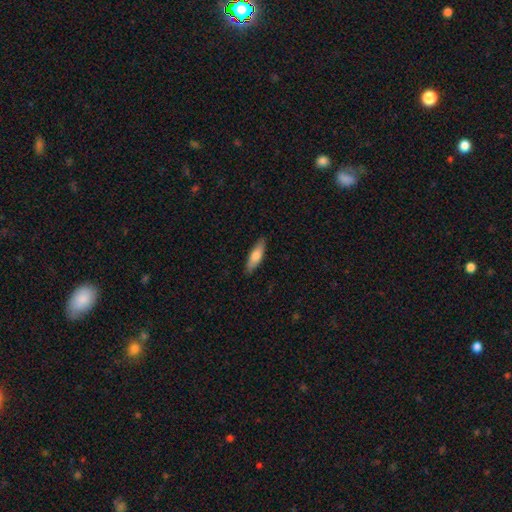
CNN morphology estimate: A smooth galaxy with no disk features (73%) that is cigar-shaped (55%).

Vote fractions:
- Smooth or featured? smooth: 73% / featured or disk: 21% / star or artifact: 6%
- How rounded? cigar-shaped: 55% / in between: 43% / round: 2%
- Merging? none: 87% / minor disturbance: 10% / major disturbance: 2% / merger: 1%